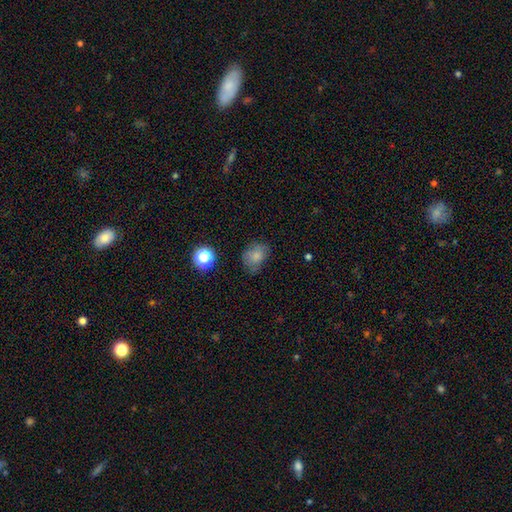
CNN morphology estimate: Smooth or featured? Predicted: smooth (p=0.77). How rounded? Predicted: in between (p=0.60). Merging? Predicted: none (p=0.62).